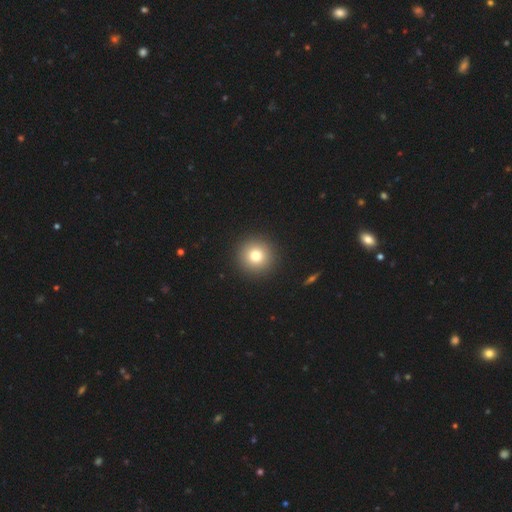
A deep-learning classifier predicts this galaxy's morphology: Smooth or featured: smooth — 79% (star or artifact — 11%)
How rounded: round — 96% (in between — 4%)
Merging: none — 93% (minor disturbance — 4%)